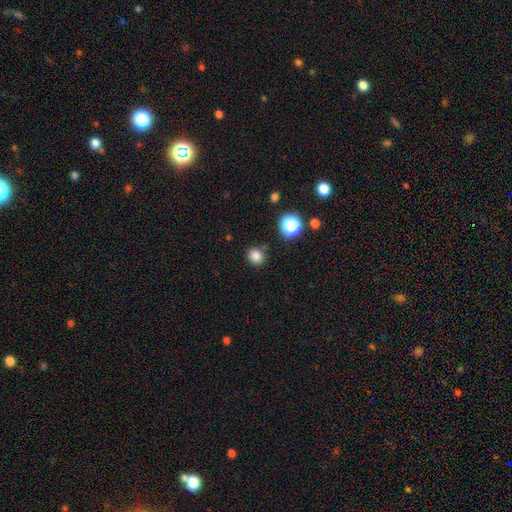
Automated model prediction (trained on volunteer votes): smooth_or_featured: smooth (p=0.81) [alt: star or artifact p=0.14]
how_rounded: round (p=0.76) [alt: in between p=0.23]
merging: none (p=0.84) [alt: minor disturbance p=0.10]